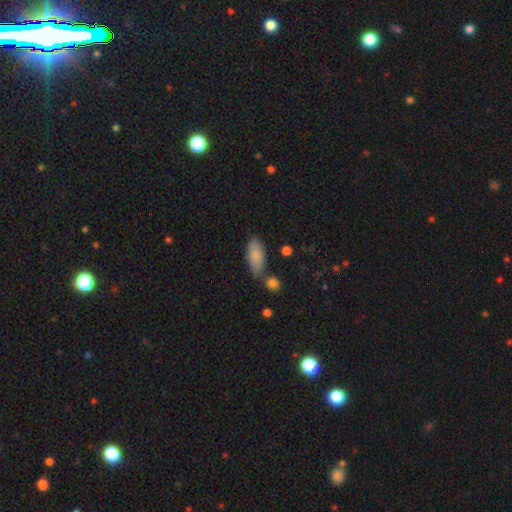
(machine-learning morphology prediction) smooth-or-featured: smooth: 84% | featured or disk: 9% | star or artifact: 7%
  how-rounded: in between: 85% | cigar-shaped: 13% | round: 3%
  merging: none: 61% | minor disturbance: 20% | merger: 13% | major disturbance: 5%